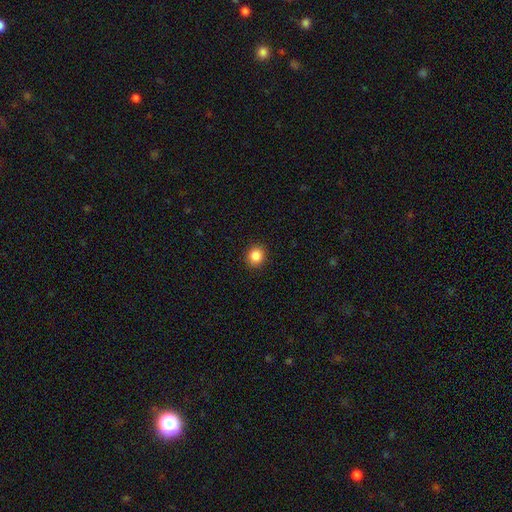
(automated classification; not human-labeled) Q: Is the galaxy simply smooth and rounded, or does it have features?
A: smooth — 86%.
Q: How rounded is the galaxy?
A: round — 82%.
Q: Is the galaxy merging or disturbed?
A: none — 91%.